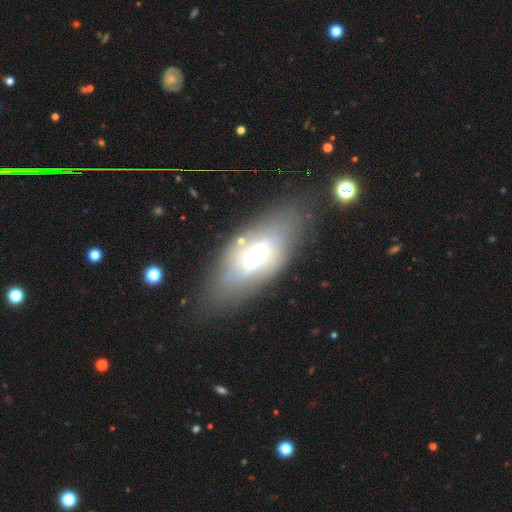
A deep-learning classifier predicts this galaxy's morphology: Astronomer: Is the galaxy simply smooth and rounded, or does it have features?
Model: featured or disk — 53% (runner-up: smooth, 36%).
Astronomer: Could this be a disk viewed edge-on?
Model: no — 72%.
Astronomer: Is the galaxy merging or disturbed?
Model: none — 62%.